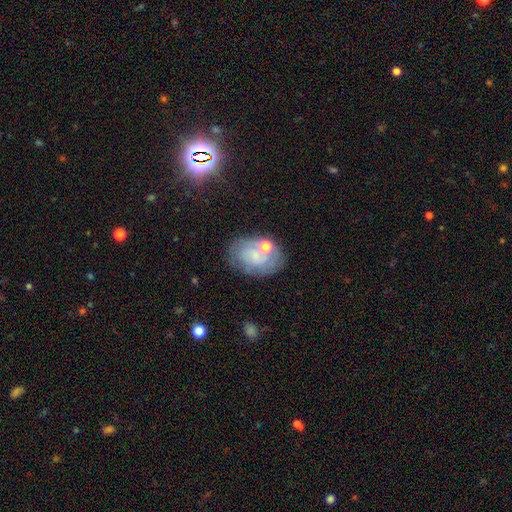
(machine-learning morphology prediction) A featured or disk galaxy (46%).

Vote fractions:
- Smooth or featured? featured or disk: 46% / smooth: 41% / star or artifact: 12%
- Merging? none: 59% / minor disturbance: 21% / merger: 10% / major disturbance: 10%